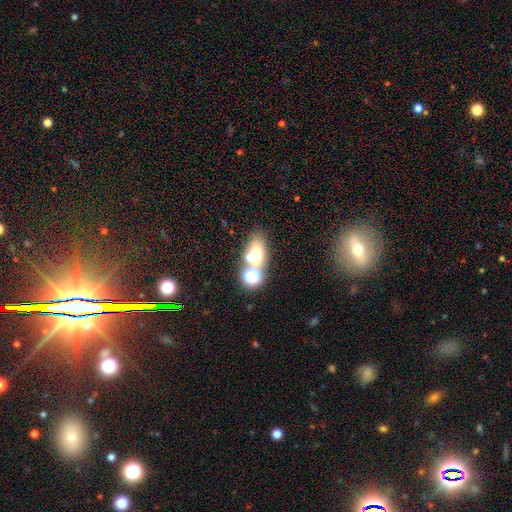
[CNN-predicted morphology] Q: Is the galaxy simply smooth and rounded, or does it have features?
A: smooth — 56%.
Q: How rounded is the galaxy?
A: in between — 62%.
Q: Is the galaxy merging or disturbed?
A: none — 45%.